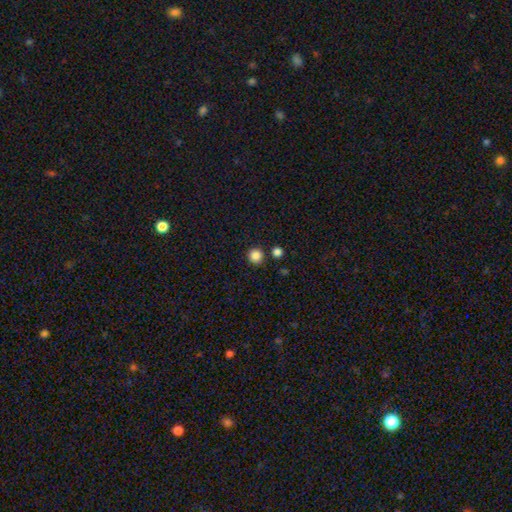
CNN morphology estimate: type=smooth (85%); roundness=round (95%); merging=none (86%).